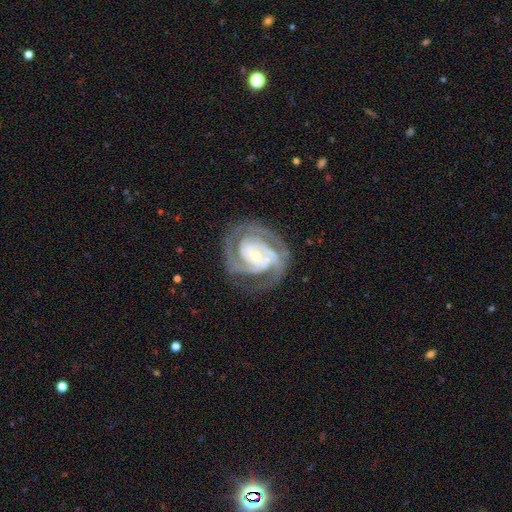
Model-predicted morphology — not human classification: Q: Smooth or featured?
A: featured or disk (91%); runner-up: smooth (5%)
Q: Edge-on disk?
A: no (98%); runner-up: yes (2%)
Q: Bar?
A: no (56%); runner-up: weak (27%)
Q: Spiral arms?
A: yes (98%); runner-up: no (2%)
Q: Spiral winding?
A: tight (67%); runner-up: medium (29%)
Q: Spiral arm count?
A: 2 (43%); runner-up: 3 (30%)
Q: Bulge size?
A: small (70%); runner-up: moderate (26%)
Q: Merging?
A: none (73%); runner-up: minor disturbance (16%)